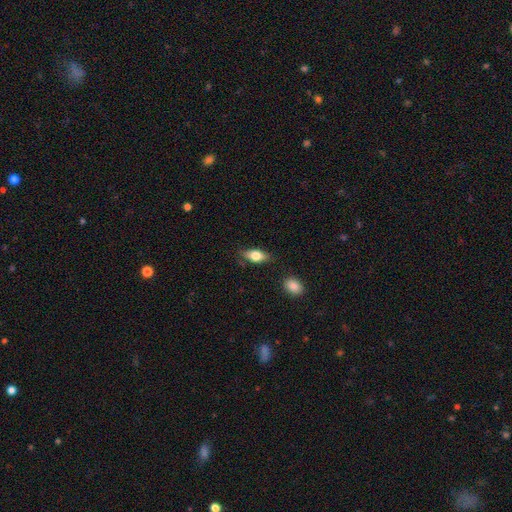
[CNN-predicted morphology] smooth-or-featured: smooth: 70% | featured or disk: 23% | star or artifact: 7%
  how-rounded: in between: 83% | cigar-shaped: 12% | round: 5%
  merging: none: 76% | minor disturbance: 18% | major disturbance: 4% | merger: 3%